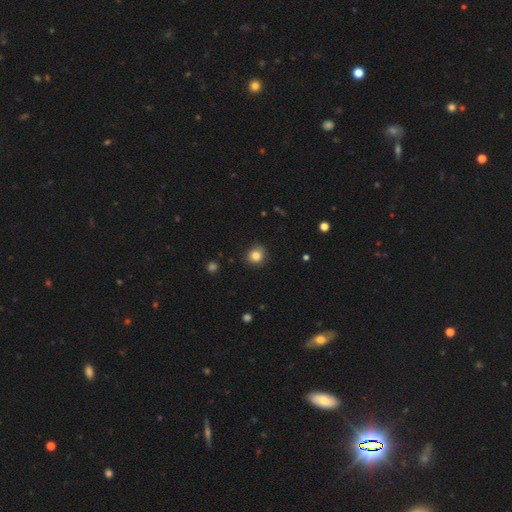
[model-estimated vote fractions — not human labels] This appears to be a smooth galaxy with no disk features (83%) that is round (86%). Merging: none (88%).